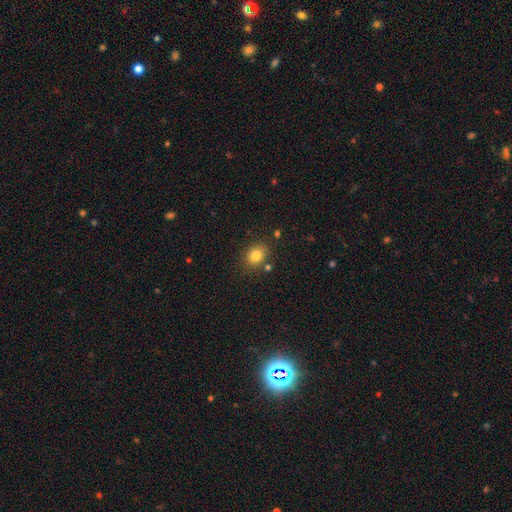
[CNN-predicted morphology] Smooth or featured?
  - smooth: 82% *
  - star or artifact: 11%
  - featured or disk: 7%
How rounded?
  - in between: 55% *
  - round: 44%
  - cigar-shaped: 1%
Merging?
  - none: 79% *
  - minor disturbance: 12%
  - merger: 5%
  - major disturbance: 3%